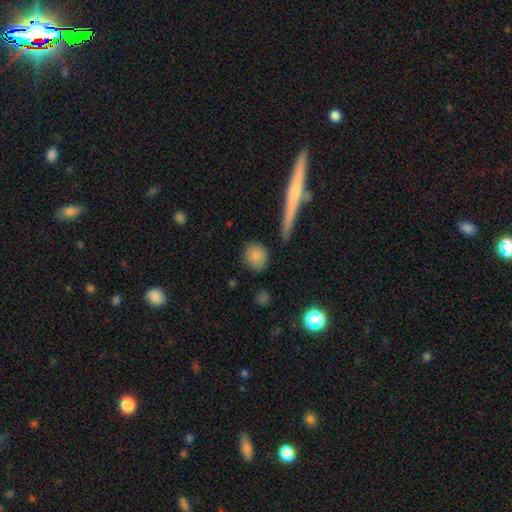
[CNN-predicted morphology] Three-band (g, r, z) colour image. It shows a smooth galaxy with no disk features (84%) that is round (78%). Merging: none (80%).